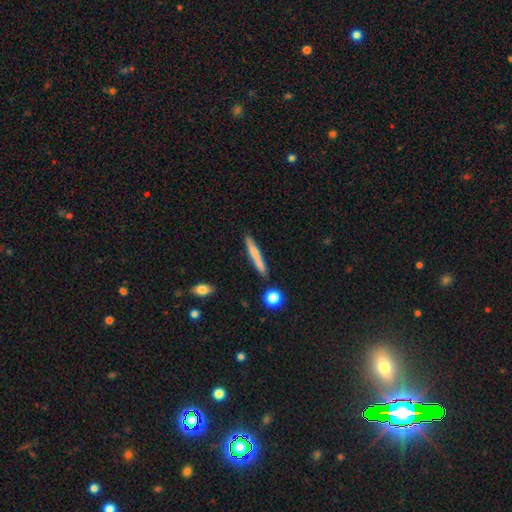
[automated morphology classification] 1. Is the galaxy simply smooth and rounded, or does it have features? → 67% smooth, 27% featured or disk, 6% star or artifact.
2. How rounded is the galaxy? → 94% cigar-shaped, 4% in between, 2% round.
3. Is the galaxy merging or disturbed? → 84% none, 10% minor disturbance, 3% merger, 2% major disturbance.